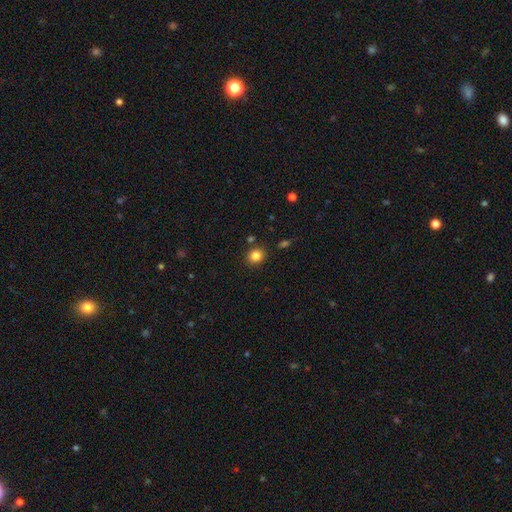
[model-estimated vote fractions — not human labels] smooth-or-featured: smooth: 84% | star or artifact: 11% | featured or disk: 5%
  how-rounded: round: 77% | in between: 22% | cigar-shaped: 1%
  merging: none: 86% | minor disturbance: 8% | merger: 4% | major disturbance: 2%